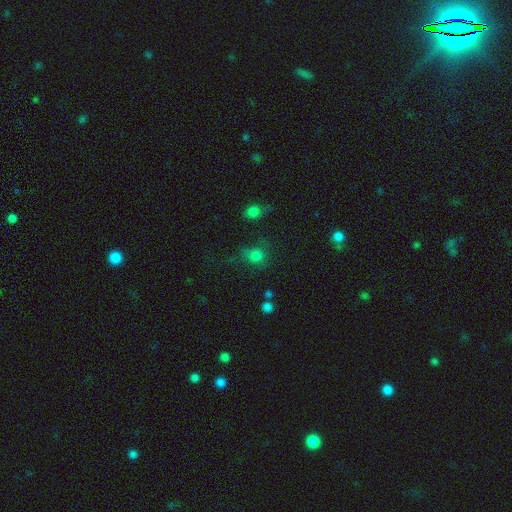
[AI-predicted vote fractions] A smooth galaxy with no disk features (76%) that is round (77%). Merging: none (61%).